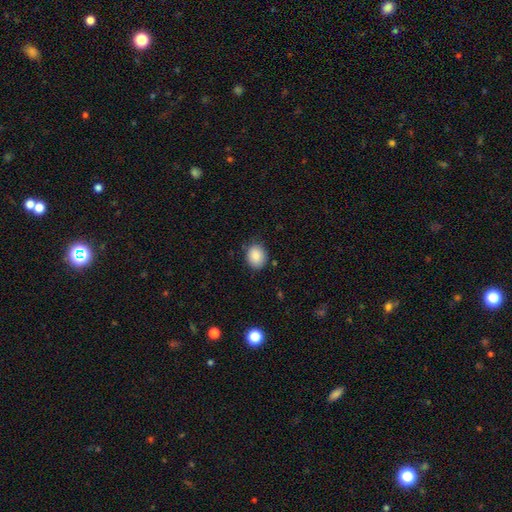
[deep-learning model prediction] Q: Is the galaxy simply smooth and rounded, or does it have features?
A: smooth — 87%.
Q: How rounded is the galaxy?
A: in between — 50%.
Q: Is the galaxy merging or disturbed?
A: none — 80%.